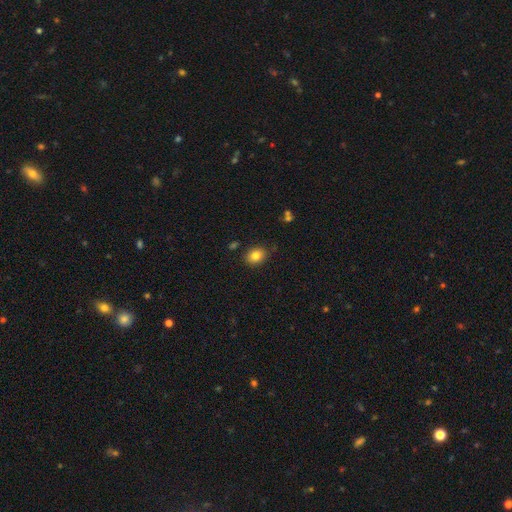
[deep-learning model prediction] Q: Smooth or featured?
A: smooth (83%); runner-up: star or artifact (10%)
Q: How rounded?
A: round (50%); runner-up: in between (49%)
Q: Merging?
A: none (84%); runner-up: minor disturbance (11%)